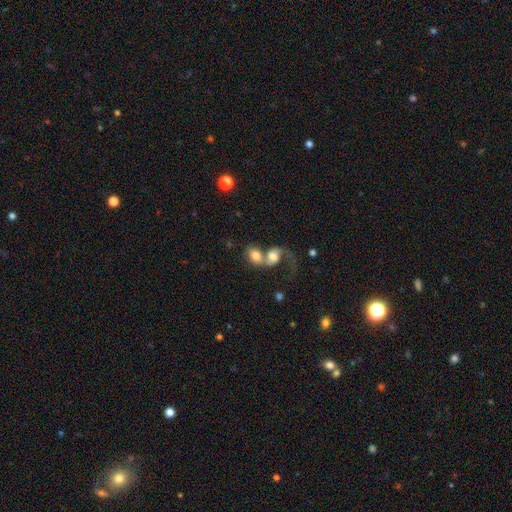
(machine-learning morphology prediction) Smooth or featured: smooth — 63% (featured or disk — 28%)
How rounded: in between — 55% (round — 44%)
Merging: merger — 75% (none — 11%)